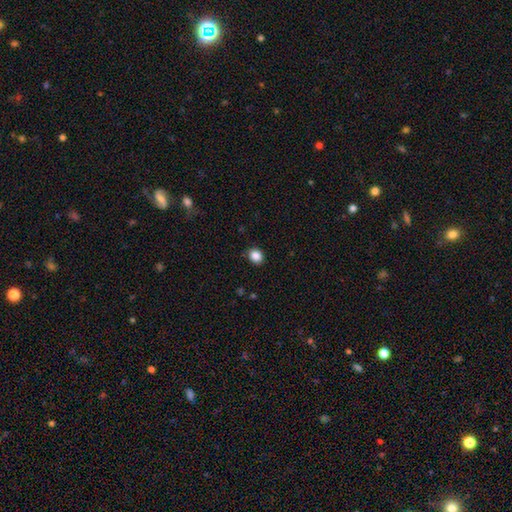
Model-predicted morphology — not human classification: Smooth or featured: smooth — 87% (star or artifact — 10%)
How rounded: round — 67% (in between — 33%)
Merging: none — 86% (minor disturbance — 11%)